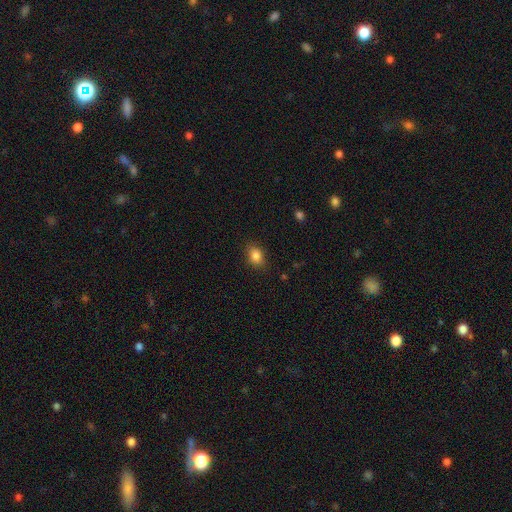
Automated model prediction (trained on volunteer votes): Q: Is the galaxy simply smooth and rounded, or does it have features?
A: smooth — 85%.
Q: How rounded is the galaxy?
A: in between — 72%.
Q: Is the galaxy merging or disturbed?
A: none — 85%.